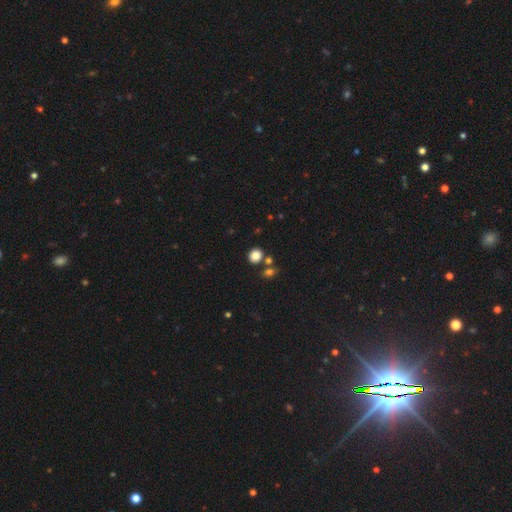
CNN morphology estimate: The model was most divided on "how rounded": round: 72%, in between: 27%, cigar-shaped: 1%. More confident: smooth or featured — smooth (83%); merging — none (72%).